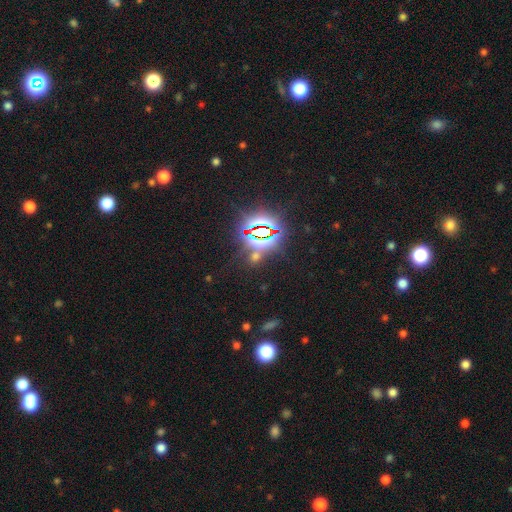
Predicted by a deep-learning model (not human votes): Smooth or featured? Predicted: star or artifact (p=0.72).